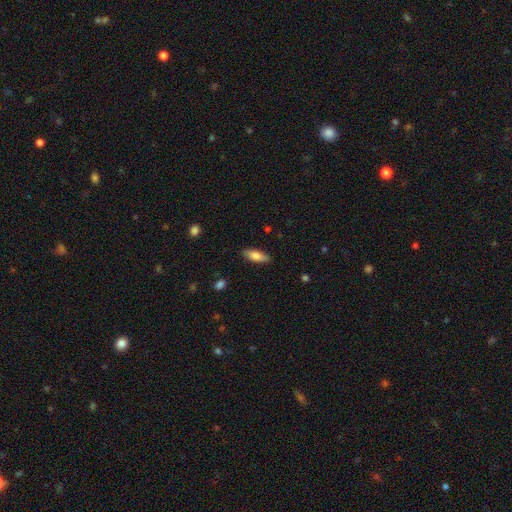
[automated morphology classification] Smooth or featured? smooth (76%)
How rounded? in between (64%)
Merging? none (87%)